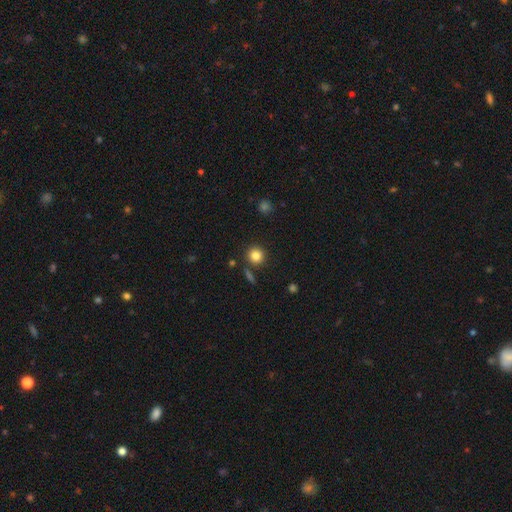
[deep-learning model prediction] smooth_or_featured: smooth (p=0.83) [alt: star or artifact p=0.11]
how_rounded: round (p=0.92) [alt: in between p=0.07]
merging: none (p=0.84) [alt: minor disturbance p=0.07]